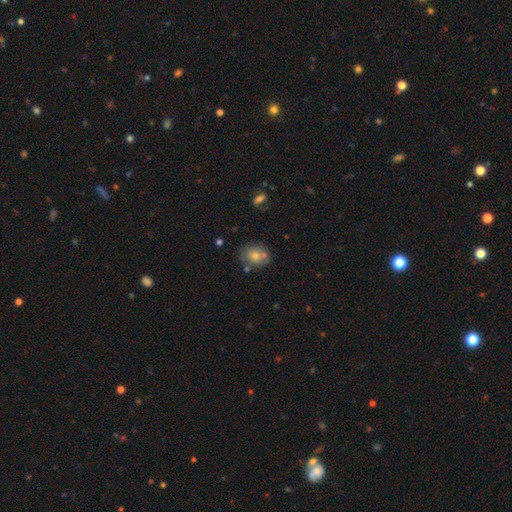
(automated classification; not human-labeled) A smooth galaxy with no disk features (70%) that is round (58%).

Vote fractions:
- Smooth or featured? smooth: 70% / featured or disk: 20% / star or artifact: 9%
- How rounded? round: 58% / in between: 41% / cigar-shaped: 1%
- Merging? none: 62% / minor disturbance: 18% / merger: 15% / major disturbance: 5%